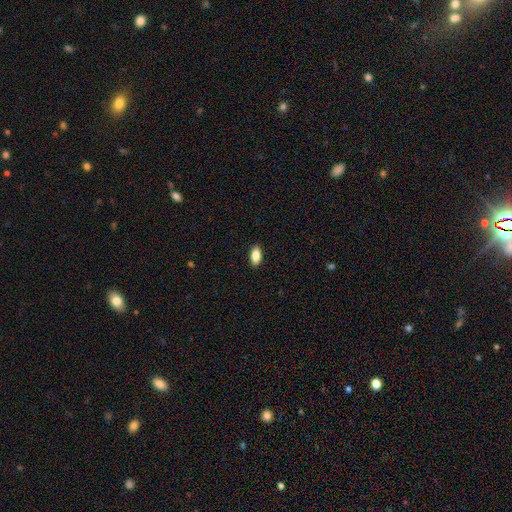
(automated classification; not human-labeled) smooth 82%, featured or disk 11%, star or artifact 7%. Down the decision tree: how rounded — in between (85%); merging — none (90%).